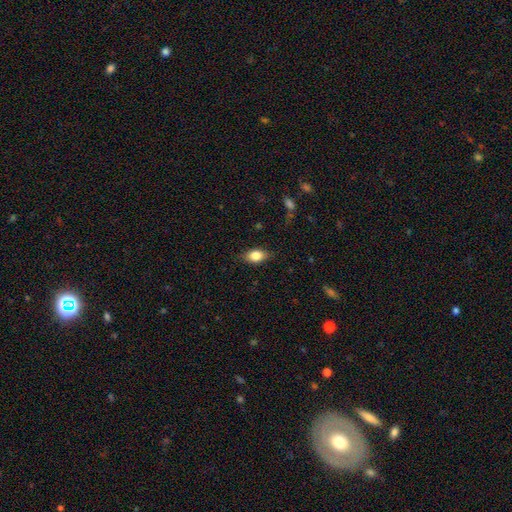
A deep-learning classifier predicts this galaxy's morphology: The model was most divided on "smooth or featured": smooth: 79%, featured or disk: 13%, star or artifact: 8%. More confident: how rounded — in between (85%); merging — none (82%).